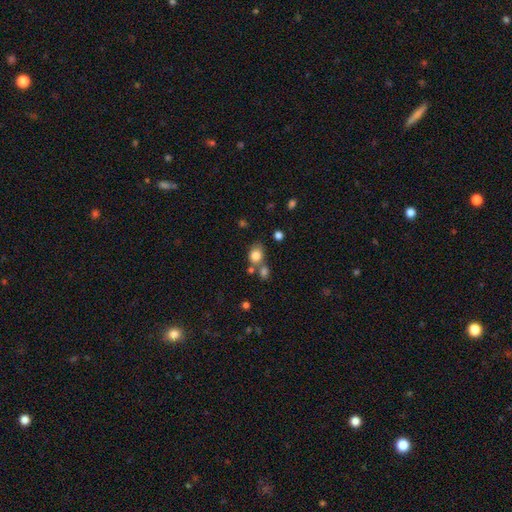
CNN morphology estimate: Smooth or featured: smooth — 81% (star or artifact — 11%)
How rounded: in between — 51% (round — 48%)
Merging: none — 50% (merger — 31%)